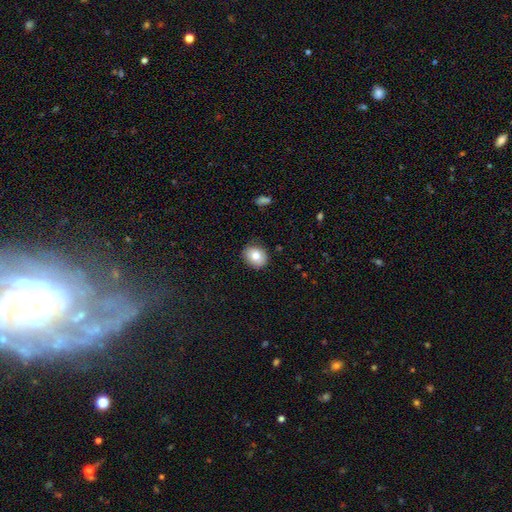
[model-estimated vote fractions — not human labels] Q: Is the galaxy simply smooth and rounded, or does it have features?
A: smooth — 78%.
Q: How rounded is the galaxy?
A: round — 59%.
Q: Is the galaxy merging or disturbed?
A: none — 82%.